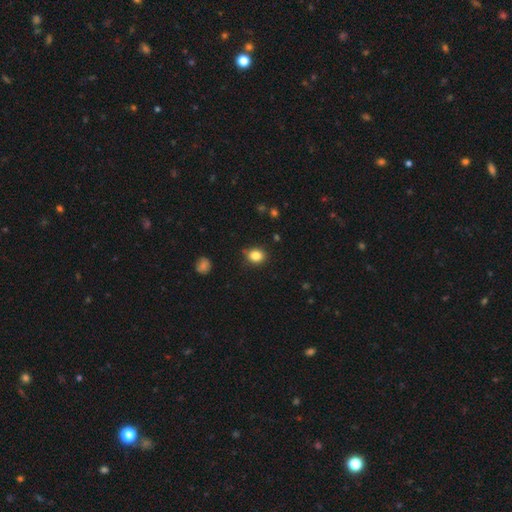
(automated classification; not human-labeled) smooth_or_featured: smooth (p=0.84) [alt: star or artifact p=0.11]
how_rounded: round (p=0.64) [alt: in between p=0.35]
merging: none (p=0.81) [alt: minor disturbance p=0.14]